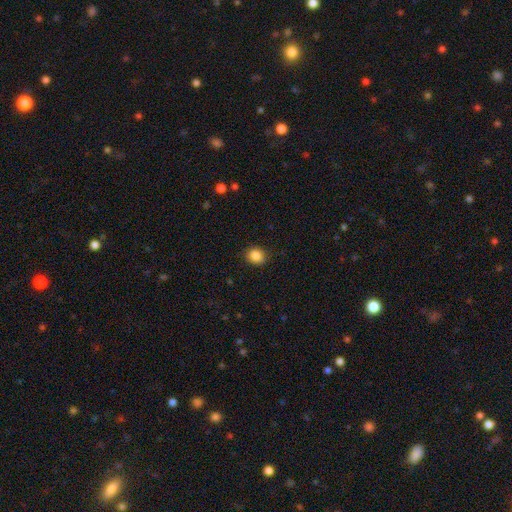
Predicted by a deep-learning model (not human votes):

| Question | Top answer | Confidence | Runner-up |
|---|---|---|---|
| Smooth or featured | smooth | 86% | star or artifact (10%) |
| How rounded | round | 71% | in between (28%) |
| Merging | none | 89% | minor disturbance (8%) |